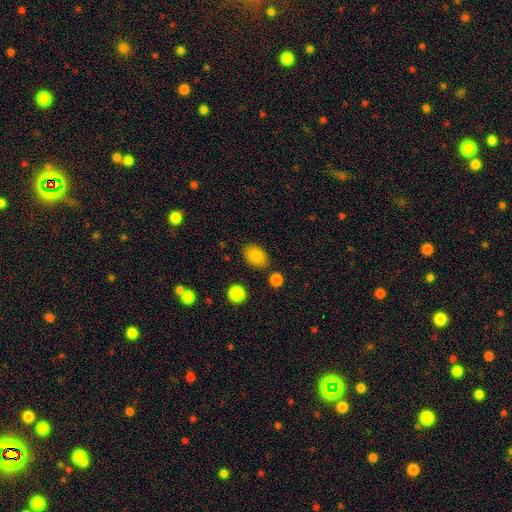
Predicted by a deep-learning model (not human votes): A smooth galaxy with no disk features (86%) that is in between round and cigar-shaped (80%).

Vote fractions:
- Smooth or featured? smooth: 86% / star or artifact: 9% / featured or disk: 5%
- How rounded? in between: 80% / round: 19% / cigar-shaped: 1%
- Merging? none: 81% / minor disturbance: 12% / merger: 4% / major disturbance: 3%